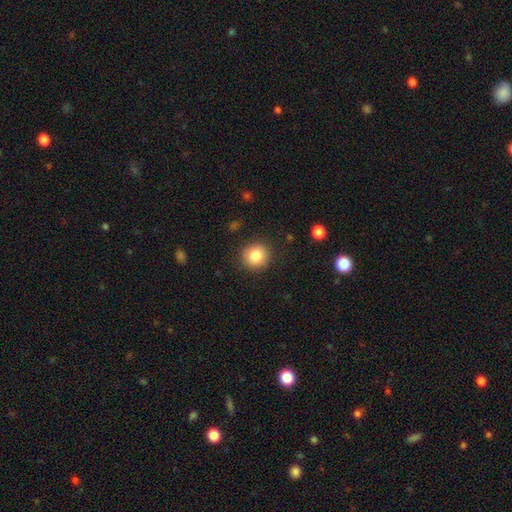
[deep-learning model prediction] Smooth or featured? Predicted: smooth (p=0.83). How rounded? Predicted: round (p=0.92). Merging? Predicted: none (p=0.89).